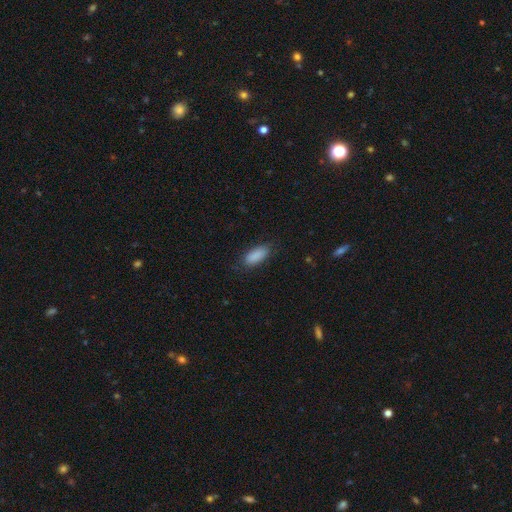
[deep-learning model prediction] smooth_or_featured: smooth (p=0.89) [alt: star or artifact p=0.07]
how_rounded: in between (p=0.86) [alt: cigar-shaped p=0.12]
merging: none (p=0.82) [alt: minor disturbance p=0.14]